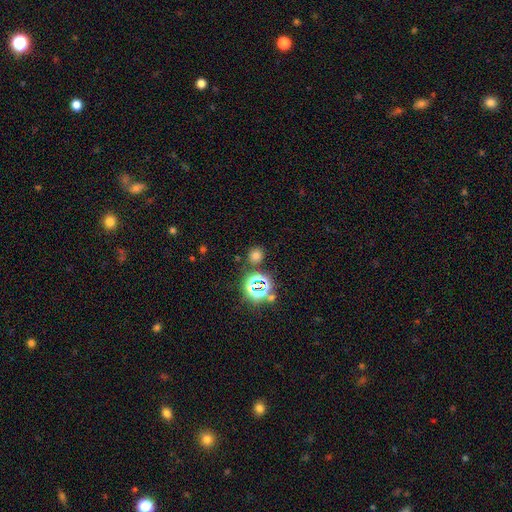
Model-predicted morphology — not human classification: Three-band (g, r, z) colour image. It shows a smooth galaxy with no disk features (65%) that is round (85%). Merging: none (84%).